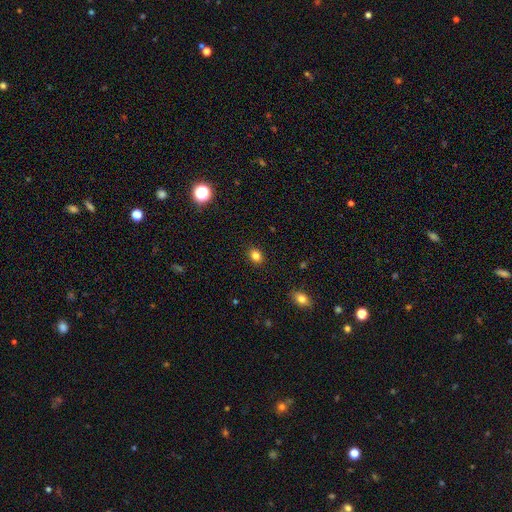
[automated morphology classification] smooth_or_featured: smooth (p=0.82) [alt: star or artifact p=0.12]
how_rounded: in between (p=0.50) [alt: round p=0.48]
merging: none (p=0.90) [alt: minor disturbance p=0.07]